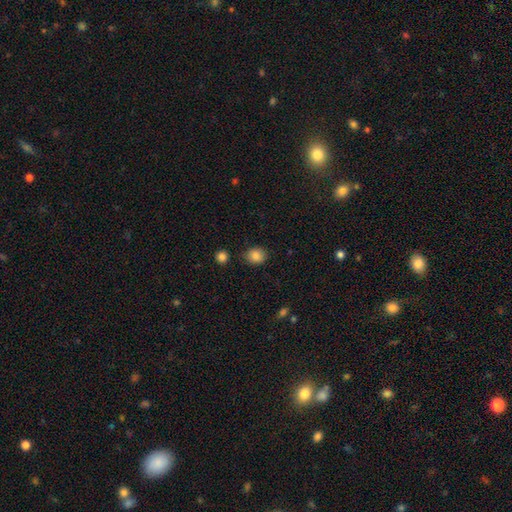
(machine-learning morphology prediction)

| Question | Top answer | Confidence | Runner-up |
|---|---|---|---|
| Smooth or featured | smooth | 85% | star or artifact (10%) |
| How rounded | round | 68% | in between (31%) |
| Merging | none | 84% | minor disturbance (10%) |